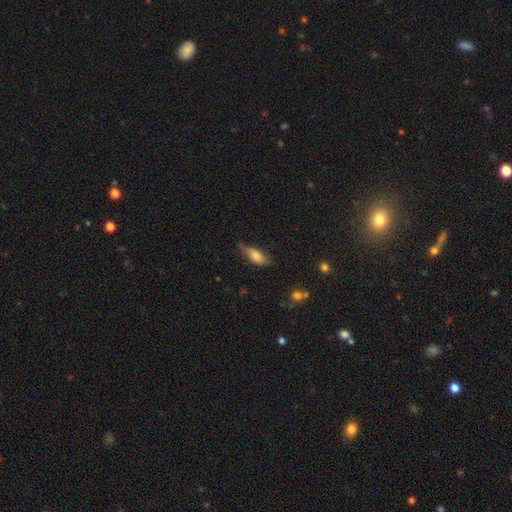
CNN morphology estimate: Smooth or featured? smooth (73%)
How rounded? in between (73%)
Merging? none (60%)